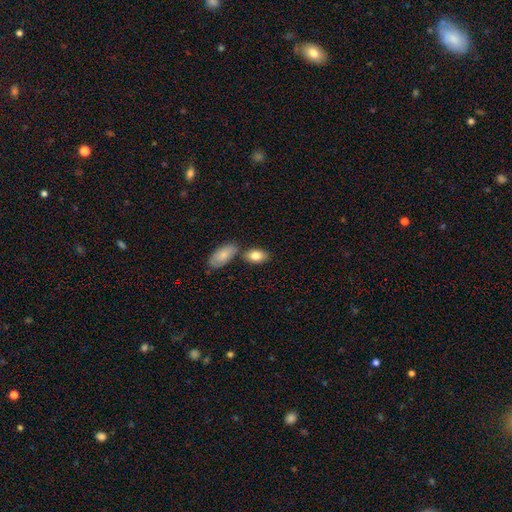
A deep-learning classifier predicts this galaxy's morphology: type=smooth (82%); roundness=in between (90%); merging=none (63%).